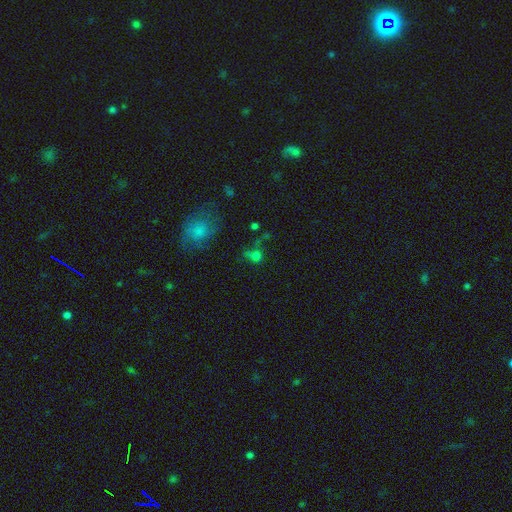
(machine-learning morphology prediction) A smooth galaxy with no disk features (57%) that is round (70%). Merging: none (41%).